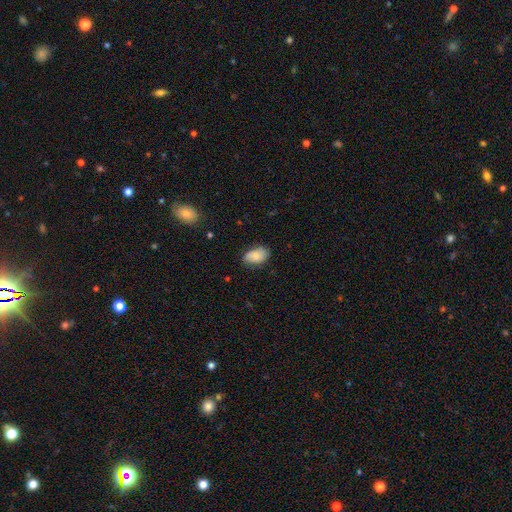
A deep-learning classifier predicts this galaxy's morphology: A smooth galaxy with no disk features (72%) that is in between round and cigar-shaped (90%). Merging: none (71%).